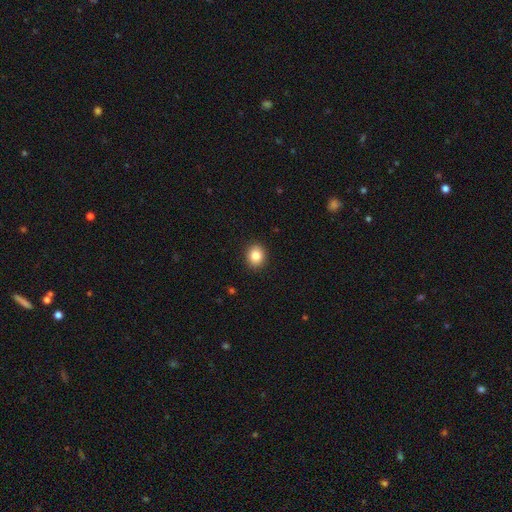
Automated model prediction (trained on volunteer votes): This appears to be a smooth galaxy with no disk features (84%) that is round (72%). Merging: none (91%).